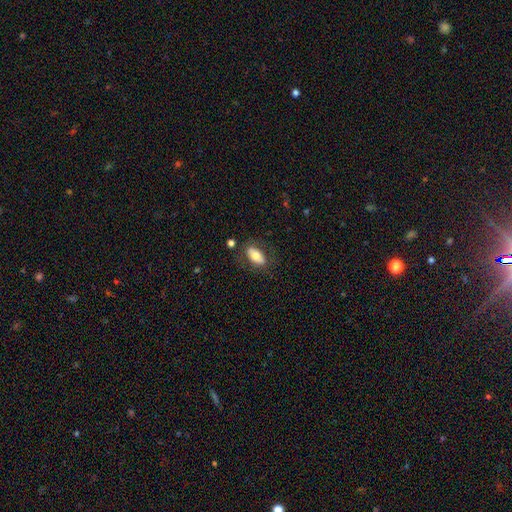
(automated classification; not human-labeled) Morphology: type=smooth (69%); roundness=in between (89%); merging=none (75%).